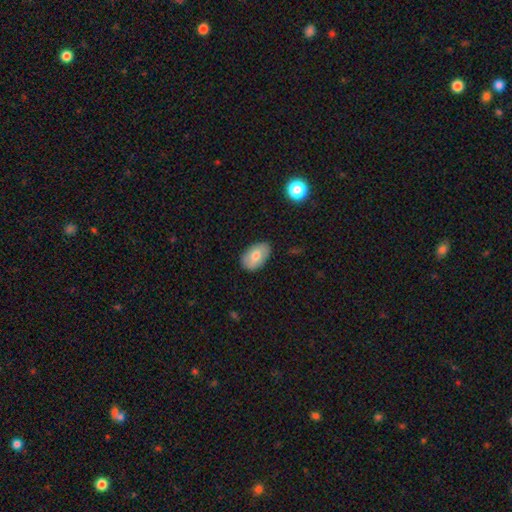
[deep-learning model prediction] A smooth galaxy with no disk features (74%) that is in between round and cigar-shaped (91%). Merging: none (83%).